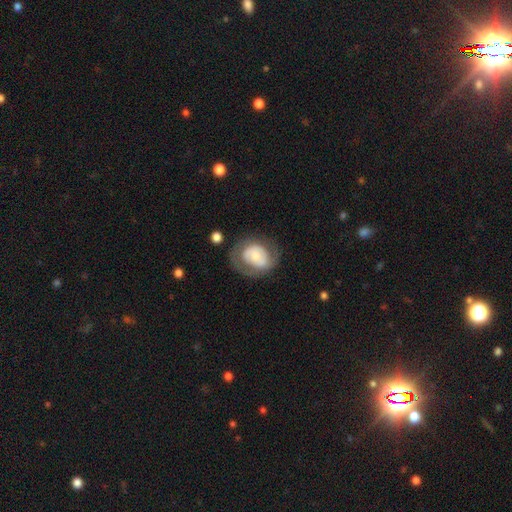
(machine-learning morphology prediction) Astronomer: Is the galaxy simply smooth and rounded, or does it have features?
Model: featured or disk — 50% (runner-up: smooth, 44%).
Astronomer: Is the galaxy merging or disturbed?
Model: none — 62%.